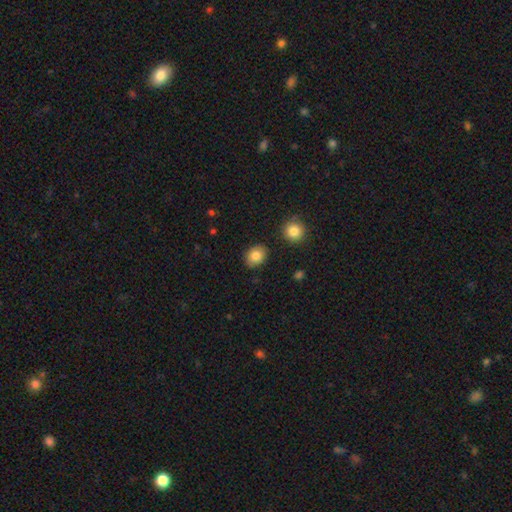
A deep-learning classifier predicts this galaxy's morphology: Q: Smooth or featured?
A: smooth (84%); runner-up: star or artifact (8%)
Q: How rounded?
A: in between (62%); runner-up: round (37%)
Q: Merging?
A: none (86%); runner-up: minor disturbance (9%)